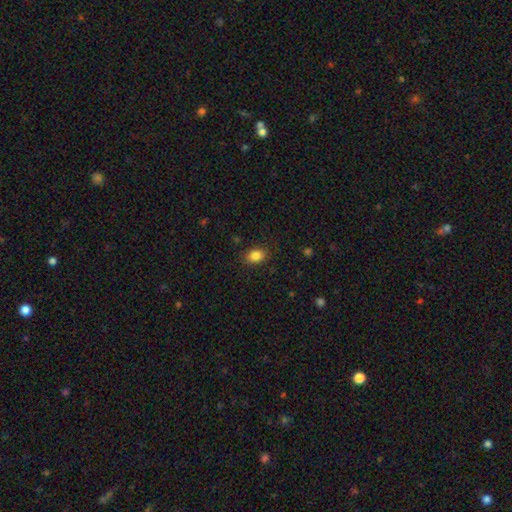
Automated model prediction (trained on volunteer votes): Overall: smooth (86%). How rounded: in between (75%). Merging: none (85%).